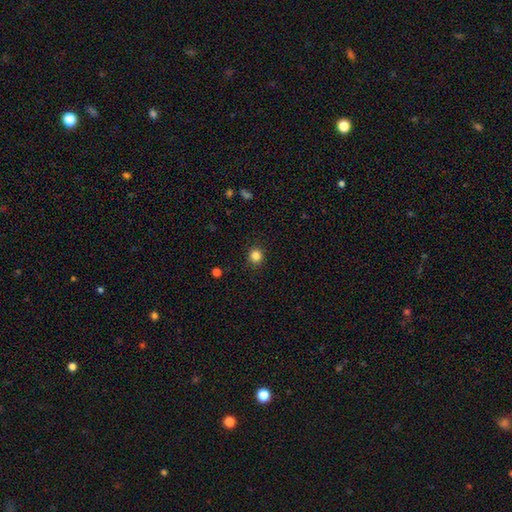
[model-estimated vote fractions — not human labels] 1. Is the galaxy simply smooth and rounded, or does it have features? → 84% smooth, 12% star or artifact, 4% featured or disk.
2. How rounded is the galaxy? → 90% round, 9% in between, 1% cigar-shaped.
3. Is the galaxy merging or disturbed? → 91% none, 6% minor disturbance, 2% major disturbance, 1% merger.